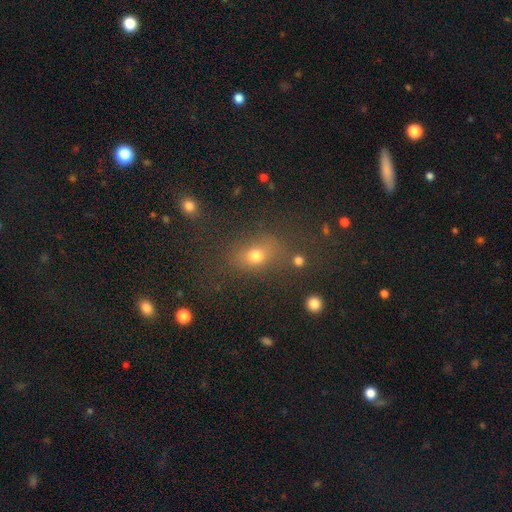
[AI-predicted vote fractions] Smooth or featured?
  - smooth: 70% *
  - star or artifact: 19%
  - featured or disk: 12%
How rounded?
  - in between: 60% *
  - round: 37%
  - cigar-shaped: 3%
Merging?
  - none: 67% *
  - minor disturbance: 16%
  - major disturbance: 11%
  - merger: 7%